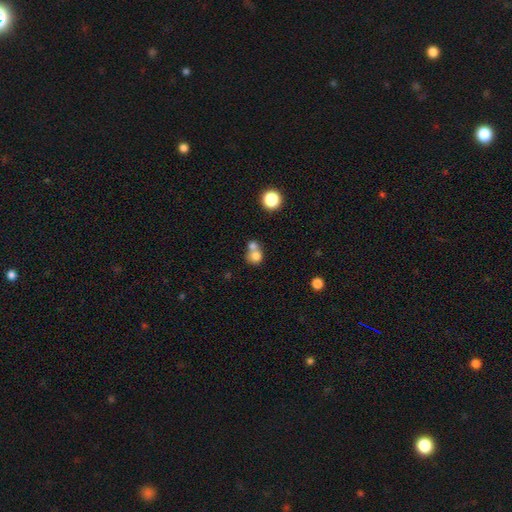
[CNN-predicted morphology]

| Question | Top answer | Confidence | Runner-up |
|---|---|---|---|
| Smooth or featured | smooth | 75% | featured or disk (14%) |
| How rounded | round | 80% | in between (19%) |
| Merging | merger | 59% | none (32%) |